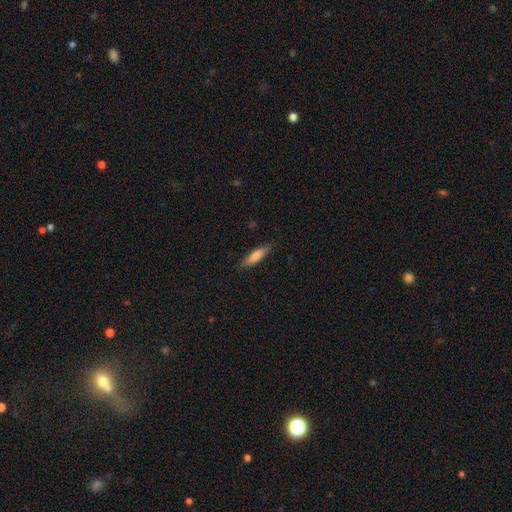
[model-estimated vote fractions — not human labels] The model was most divided on "how rounded": cigar-shaped: 68%, in between: 30%, round: 2%. More confident: merging — none (85%); smooth or featured — smooth (78%).